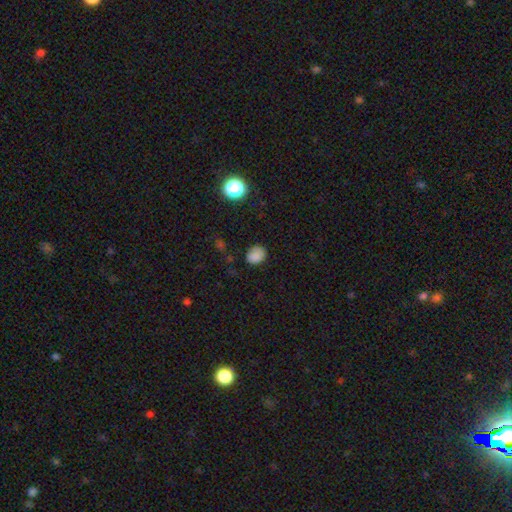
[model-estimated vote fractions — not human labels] smooth-or-featured: smooth: 82% | star or artifact: 13% | featured or disk: 4%
  how-rounded: round: 50% | in between: 49% | cigar-shaped: 1%
  merging: none: 78% | minor disturbance: 16% | major disturbance: 4% | merger: 2%